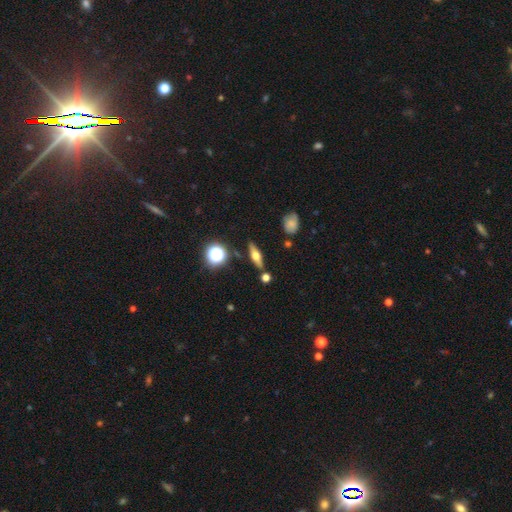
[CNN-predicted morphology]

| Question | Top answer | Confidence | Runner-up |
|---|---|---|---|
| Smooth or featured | featured or disk | 51% | smooth (39%) |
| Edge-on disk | yes | 90% | no (10%) |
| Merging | none | 82% | minor disturbance (10%) |